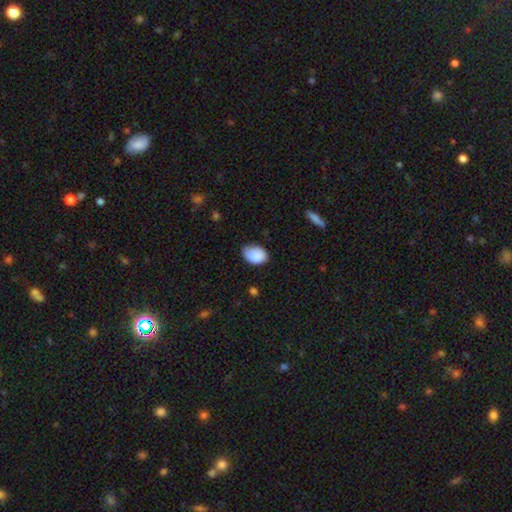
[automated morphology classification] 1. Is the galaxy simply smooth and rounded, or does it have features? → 87% smooth, 7% star or artifact, 6% featured or disk.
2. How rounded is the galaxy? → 84% in between, 15% round, 1% cigar-shaped.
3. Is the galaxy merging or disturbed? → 67% none, 28% minor disturbance, 4% major disturbance, 1% merger.